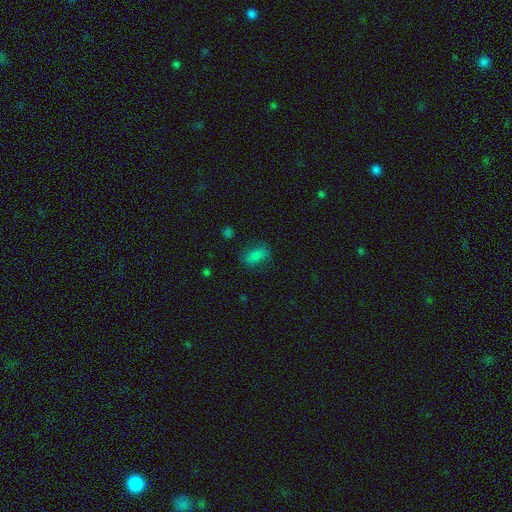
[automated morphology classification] This is likely a smooth galaxy (78%). How rounded: clearly in between (83%). Merging: likely none (73%).